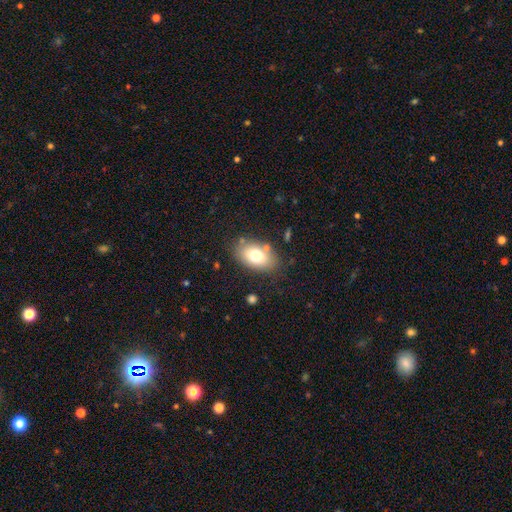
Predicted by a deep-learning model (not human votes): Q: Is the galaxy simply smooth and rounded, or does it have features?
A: smooth — 73%.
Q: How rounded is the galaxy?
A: in between — 88%.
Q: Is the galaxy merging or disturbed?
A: none — 78%.